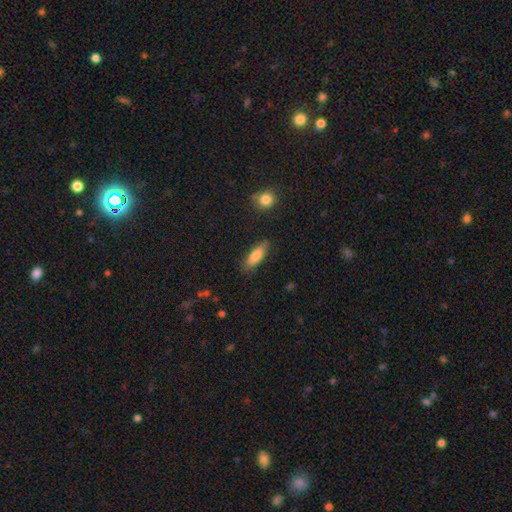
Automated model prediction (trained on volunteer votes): This is clearly a smooth galaxy (81%). How rounded: possibly in between (59%). Merging: clearly none (83%).